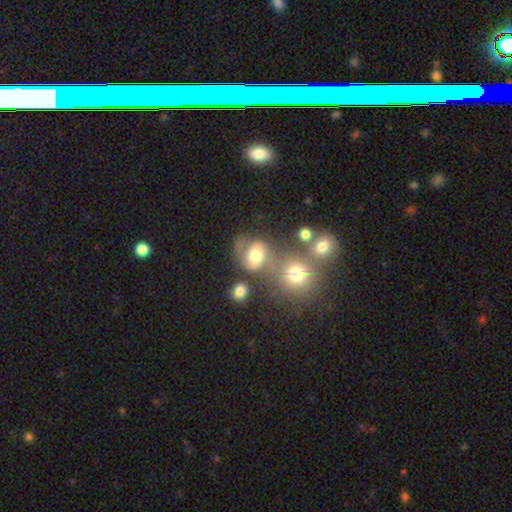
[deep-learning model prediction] This appears to be a smooth galaxy with no disk features (54%) that is round (54%). Merging: none (41%).